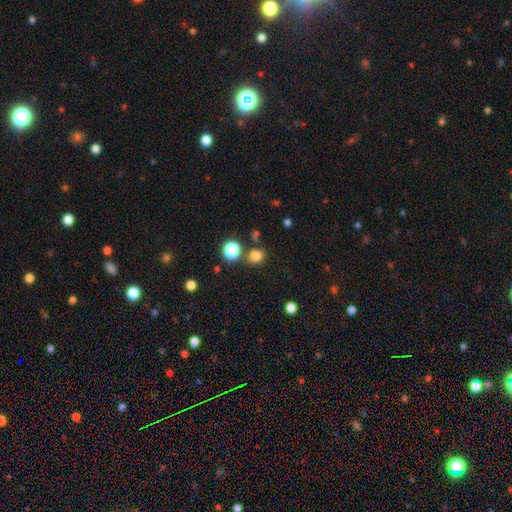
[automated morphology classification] Q: Smooth or featured?
A: smooth (79%); runner-up: star or artifact (16%)
Q: How rounded?
A: round (64%); runner-up: in between (35%)
Q: Merging?
A: none (73%); runner-up: minor disturbance (12%)